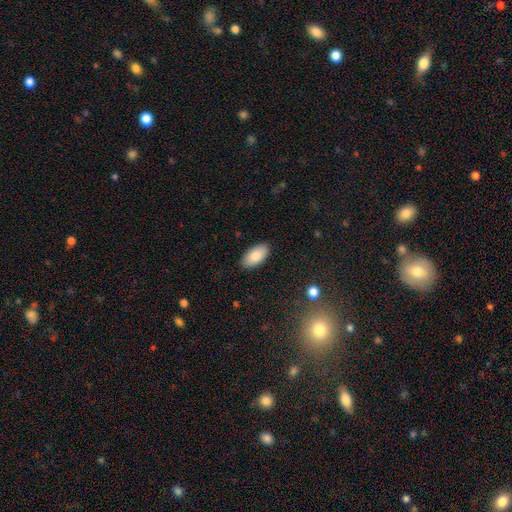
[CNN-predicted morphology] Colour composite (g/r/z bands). It shows a smooth galaxy with no disk features (84%) that is in between round and cigar-shaped (94%). Merging: none (88%).